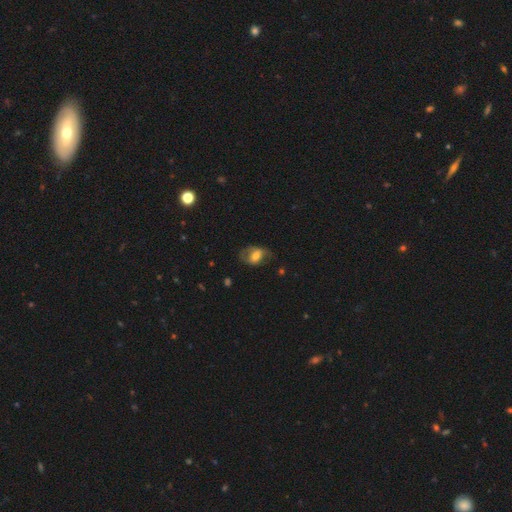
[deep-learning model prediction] Overall: smooth (55%; featured or disk 37%). How rounded: in between (76%). Merging: none (46%; minor disturbance 27%).